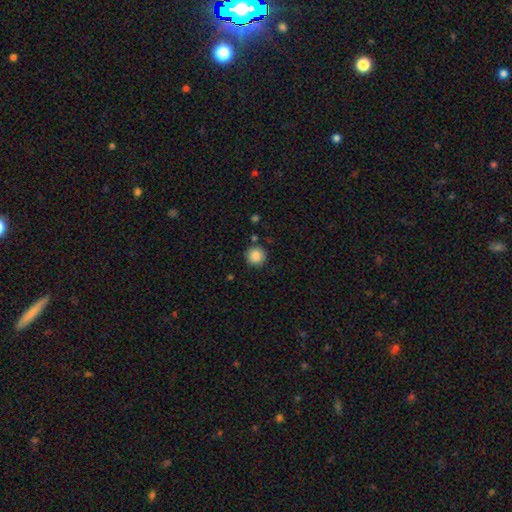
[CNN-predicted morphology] Smooth or featured: smooth — 87% (star or artifact — 9%)
How rounded: round — 95% (in between — 4%)
Merging: none — 87% (minor disturbance — 7%)